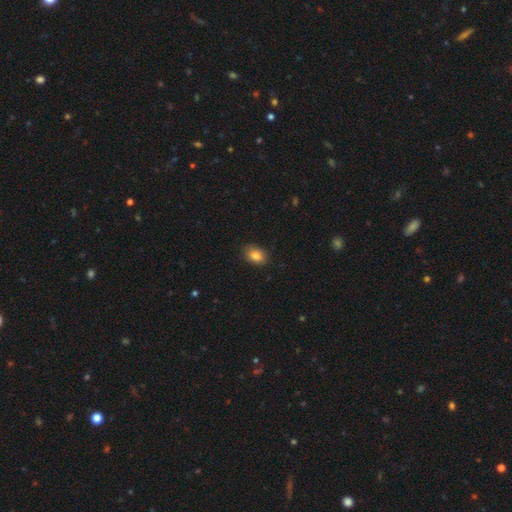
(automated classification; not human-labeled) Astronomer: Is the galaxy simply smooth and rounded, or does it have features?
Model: smooth — 84%.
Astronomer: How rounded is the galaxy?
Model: in between — 76%.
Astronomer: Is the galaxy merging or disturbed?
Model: none — 87%.